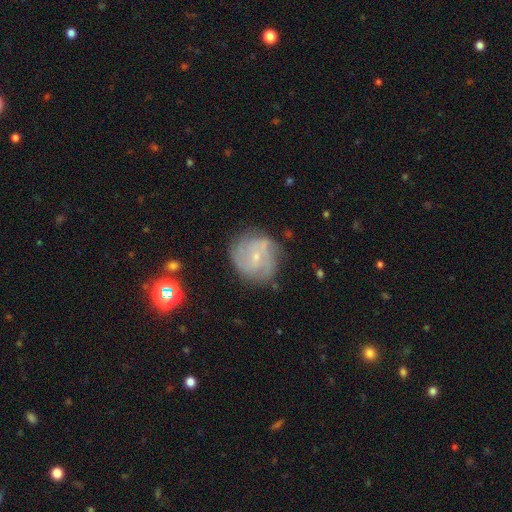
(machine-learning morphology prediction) smooth-or-featured: featured or disk: 73% | smooth: 19% | star or artifact: 8%
  disk-edge-on: no: 98% | yes: 2%
    bar: no: 57% | weak: 36% | strong: 7%
    has-spiral-arms: yes: 90% | no: 10%
      spiral-winding: tight: 45% | medium: 40% | loose: 15%
      spiral-arm-count: can't tell: 31% | 2: 24% | 3: 23% | 4: 11% | 1: 5% | more than 4: 5%
    bulge-size: small: 79% | moderate: 16% | none: 3% | large: 1% | dominant: 1%
  merging: none: 73% | minor disturbance: 18% | major disturbance: 7% | merger: 2%